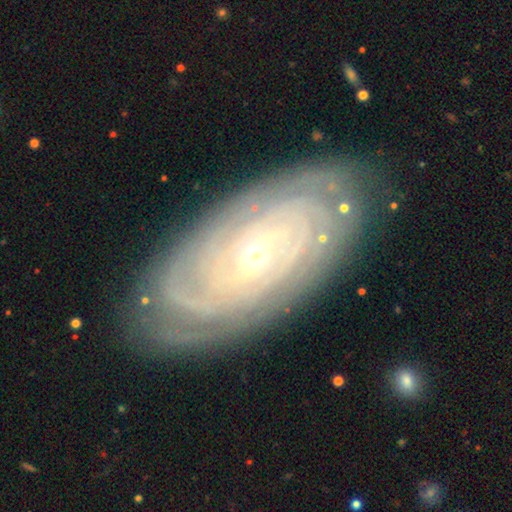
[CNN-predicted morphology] This is clearly a featured or disk galaxy (87%). It is clearly not viewed edge-on (93%). Bar: likely no (62%). Spiral arm pattern: clearly yes (96%). Spiral arm count: marginally can't tell (36%). Spiral winding: clearly tight (87%). Central bulge: likely small (66%). Merging: clearly none (83%).